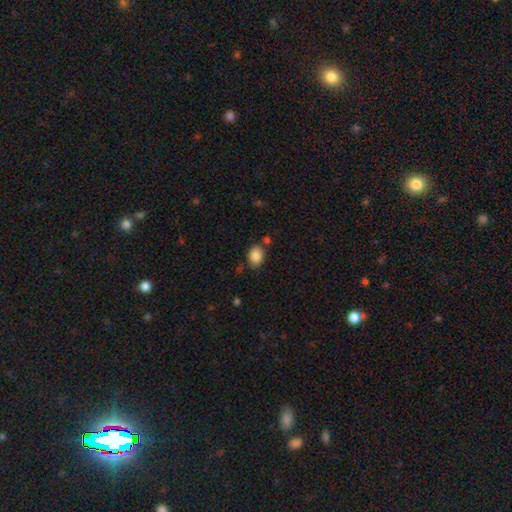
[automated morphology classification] Smooth or featured? smooth (88%)
How rounded? in between (69%)
Merging? none (76%)